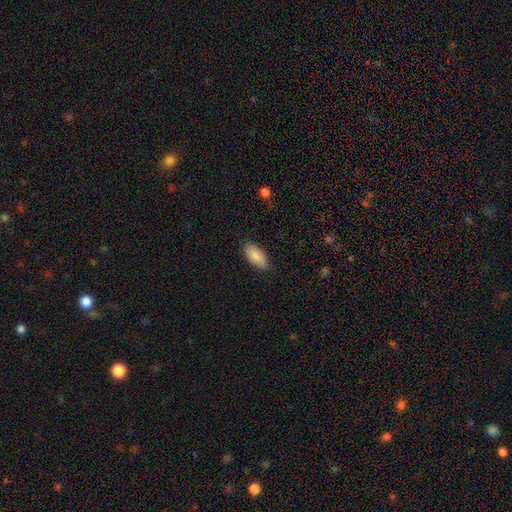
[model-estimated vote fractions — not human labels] The model was most divided on "merging": none: 84%, minor disturbance: 12%, major disturbance: 2%, merger: 1%. More confident: how rounded — in between (92%); smooth or featured — smooth (88%).